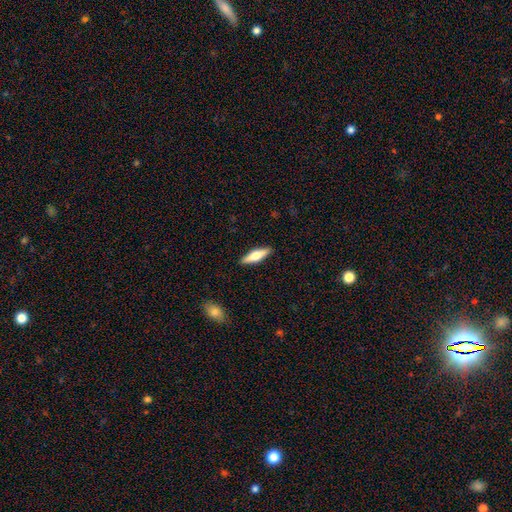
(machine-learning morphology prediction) Smooth or featured: smooth — 51% (featured or disk — 44%)
How rounded: cigar-shaped — 65% (in between — 33%)
Merging: none — 90% (minor disturbance — 7%)